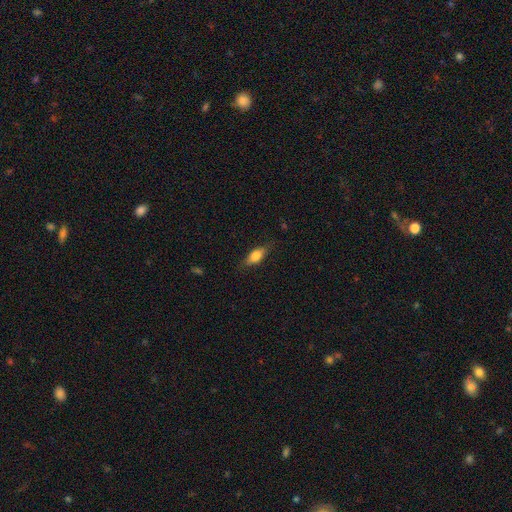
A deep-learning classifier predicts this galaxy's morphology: smooth 76%, featured or disk 17%, star or artifact 7%. Down the decision tree: how rounded — in between (79%); merging — none (80%).